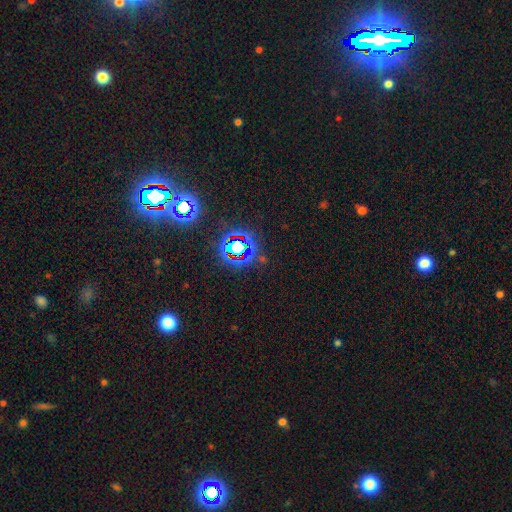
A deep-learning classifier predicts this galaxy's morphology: A star or artifact, not a galaxy (80%).

Vote fractions:
- Smooth or featured? star or artifact: 80% / smooth: 13% / featured or disk: 8%